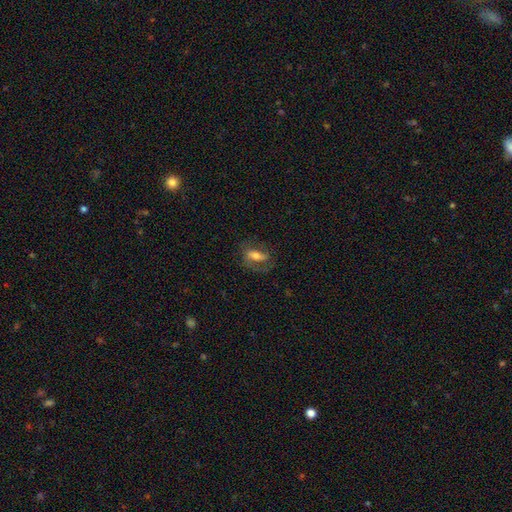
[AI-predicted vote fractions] The model was most divided on "smooth or featured": featured or disk: 53%, smooth: 39%, star or artifact: 8%. More confident: edge-on disk — no (88%); merging — none (62%).